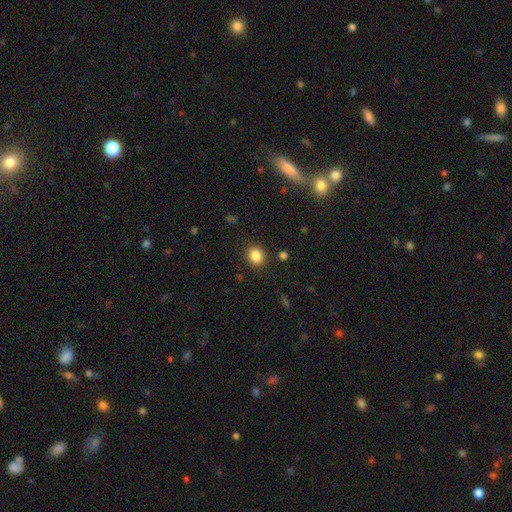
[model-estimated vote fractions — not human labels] Smooth or featured? smooth (85%)
How rounded? round (66%)
Merging? none (87%)